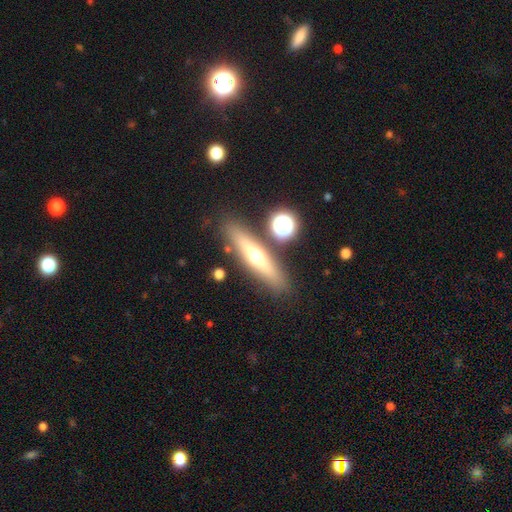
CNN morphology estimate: type=featured or disk (52%); edge-on=yes (89%); merging=none (83%).